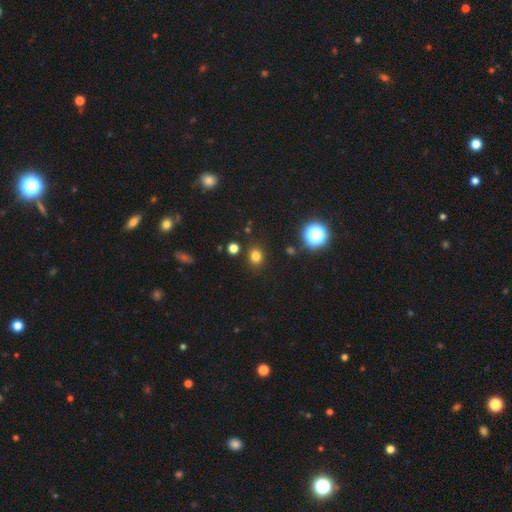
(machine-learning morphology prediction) Overall: smooth (77%). How rounded: round (68%; in between 31%). Merging: none (87%).